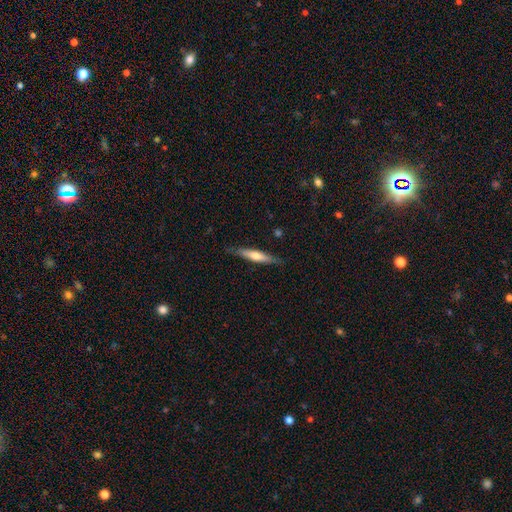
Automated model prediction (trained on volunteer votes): A smooth galaxy with no disk features (48%).

Vote fractions:
- Smooth or featured? smooth: 48% / featured or disk: 47% / star or artifact: 5%
- Merging? none: 83% / minor disturbance: 13% / major disturbance: 2% / merger: 1%